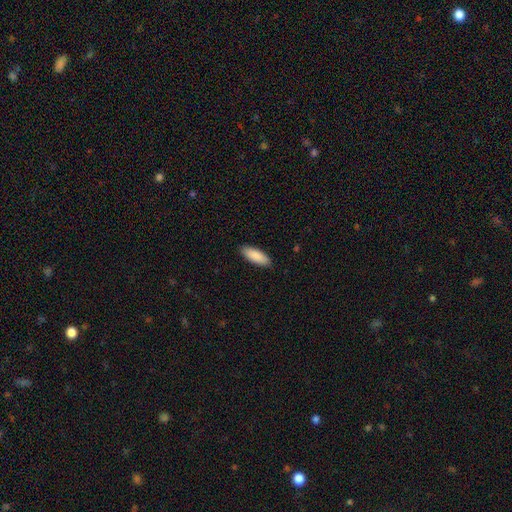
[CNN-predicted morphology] Smooth or featured: smooth — 90% (star or artifact — 5%)
How rounded: in between — 69% (cigar-shaped — 29%)
Merging: none — 90% (minor disturbance — 8%)